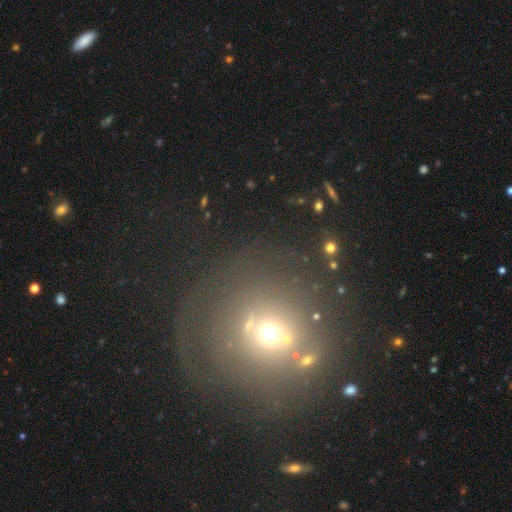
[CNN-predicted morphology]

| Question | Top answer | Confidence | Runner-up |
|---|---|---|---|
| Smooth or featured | smooth | 42% | star or artifact (35%) |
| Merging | none | 68% | minor disturbance (13%) |